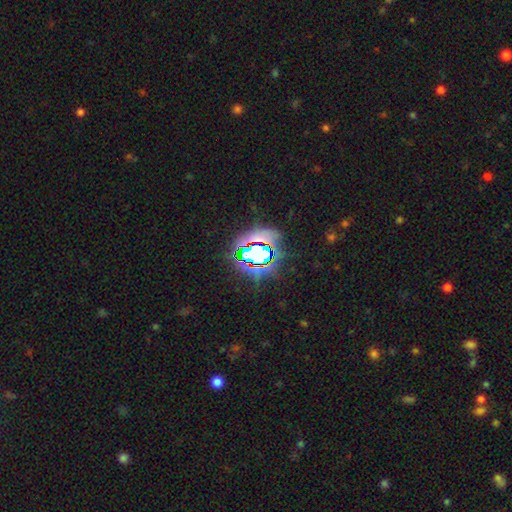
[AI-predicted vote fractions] This is likely a star or artifact rather than a galaxy (67%).